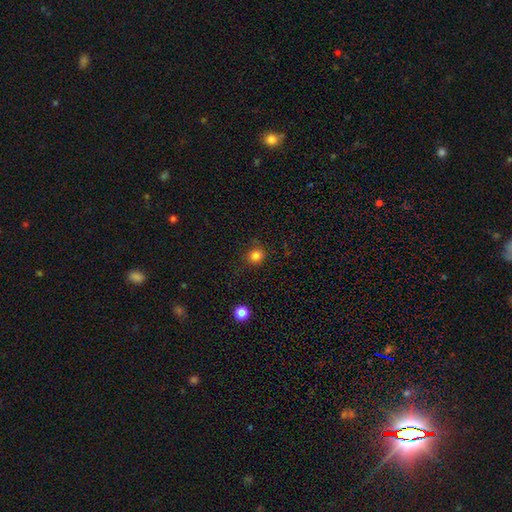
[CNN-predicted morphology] smooth 82%, star or artifact 13%, featured or disk 4%. Down the decision tree: how rounded — round (87%); merging — none (81%).